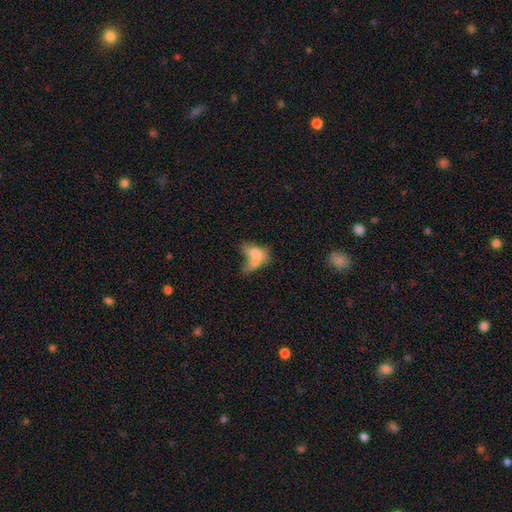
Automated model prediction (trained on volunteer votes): This is likely a smooth galaxy (62%). How rounded: clearly in between (82%). Merging: possibly merger (46%).